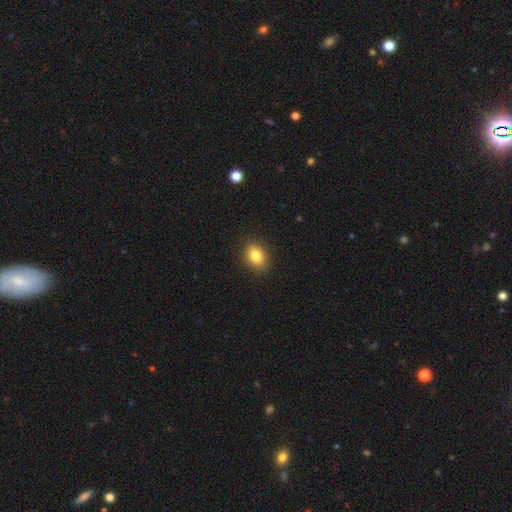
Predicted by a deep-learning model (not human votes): smooth-or-featured: smooth: 83% | star or artifact: 9% | featured or disk: 7%
  how-rounded: in between: 72% | round: 27% | cigar-shaped: 2%
  merging: none: 88% | minor disturbance: 9% | major disturbance: 2% | merger: 1%